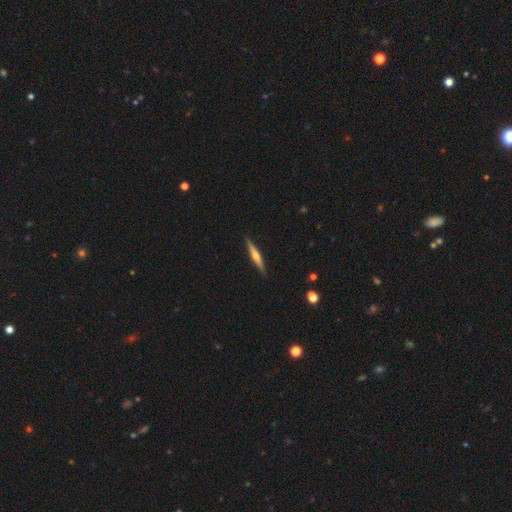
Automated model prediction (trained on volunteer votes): This is likely a featured or disk galaxy (64%). It is clearly viewed edge-on (97%). Edge-on bulge: clearly rounded (88%). Merging: clearly none (90%).